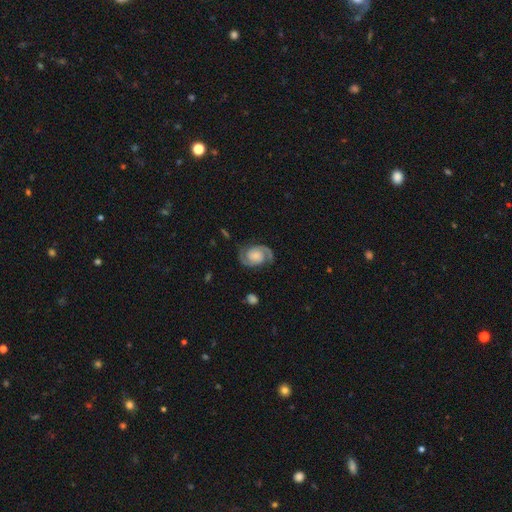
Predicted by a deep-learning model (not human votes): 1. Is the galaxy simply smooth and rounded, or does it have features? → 89% featured or disk, 6% smooth, 5% star or artifact.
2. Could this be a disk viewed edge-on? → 98% no, 2% yes.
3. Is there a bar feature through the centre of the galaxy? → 62% no, 30% weak, 8% strong.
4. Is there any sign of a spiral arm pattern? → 98% yes, 2% no.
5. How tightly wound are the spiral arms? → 50% medium, 39% tight, 11% loose.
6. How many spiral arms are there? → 94% 2, 2% can't tell, 1% 1, 1% 3, 1% 4, 1% more than 4.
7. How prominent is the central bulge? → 27% moderate, 26% none, 24% small, 19% large, 3% dominant.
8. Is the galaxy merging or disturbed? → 80% none, 13% minor disturbance, 5% major disturbance, 1% merger.